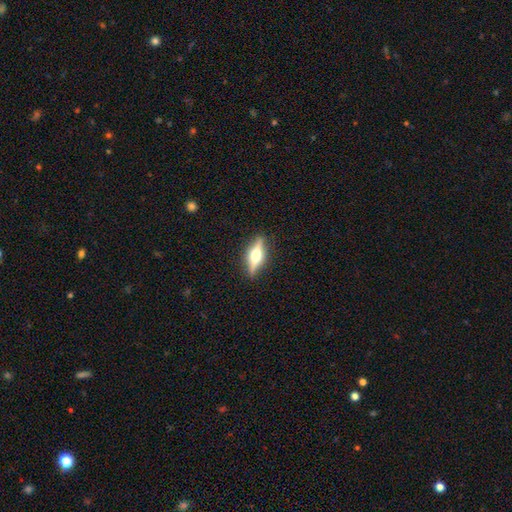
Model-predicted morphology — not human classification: Smooth or featured?
  - featured or disk: 70% *
  - smooth: 24%
  - star or artifact: 6%
Edge-on disk?
  - yes: 96% *
  - no: 4%
Edge-on bulge?
  - rounded: 94% *
  - boxy: 4%
  - none: 2%
Merging?
  - none: 89% *
  - minor disturbance: 8%
  - major disturbance: 2%
  - merger: 1%